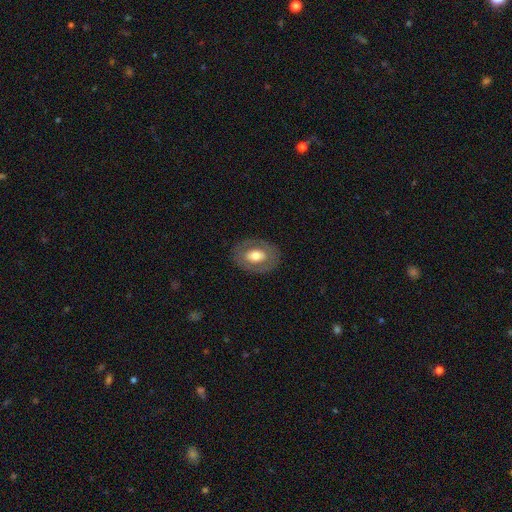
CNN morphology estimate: A smooth galaxy with no disk features (52%) that is in between round and cigar-shaped (76%).

Vote fractions:
- Smooth or featured? smooth: 52% / featured or disk: 41% / star or artifact: 7%
- How rounded? in between: 76% / round: 23% / cigar-shaped: 1%
- Merging? none: 83% / minor disturbance: 11% / major disturbance: 5% / merger: 1%